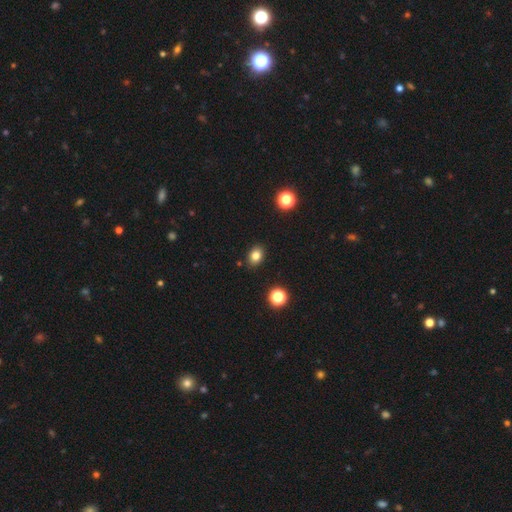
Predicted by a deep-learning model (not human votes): A smooth galaxy with no disk features (81%) that is in between round and cigar-shaped (64%). Merging: none (88%).